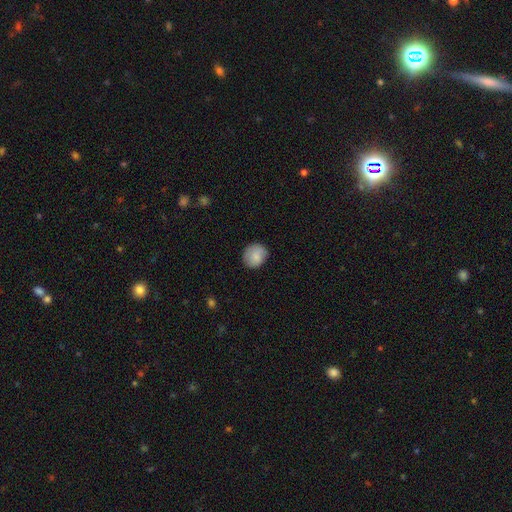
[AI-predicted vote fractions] Smooth or featured? Predicted: smooth (p=0.84). How rounded? Predicted: round (p=0.81). Merging? Predicted: none (p=0.80).